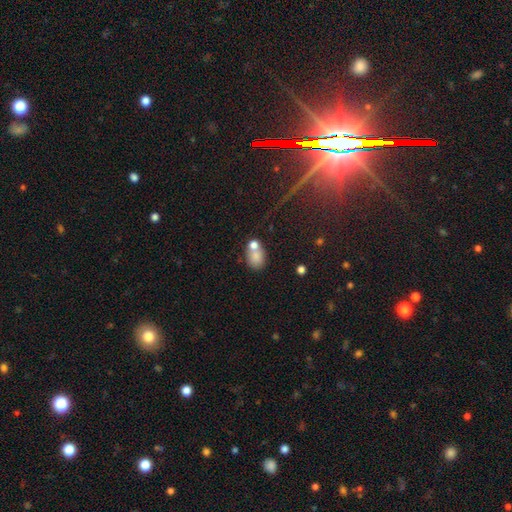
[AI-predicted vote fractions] Smooth or featured: smooth — 77% (featured or disk — 12%)
How rounded: in between — 58% (round — 41%)
Merging: none — 48% (merger — 34%)